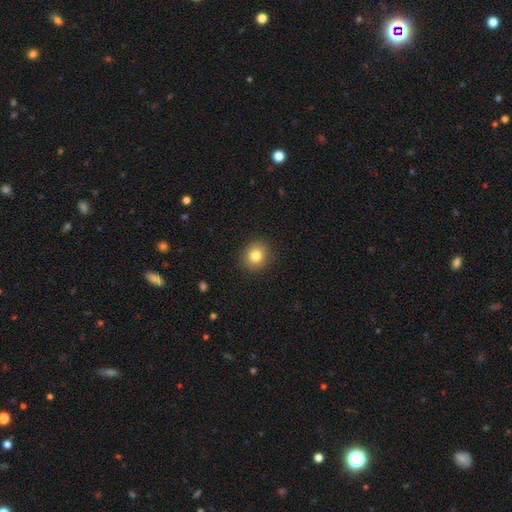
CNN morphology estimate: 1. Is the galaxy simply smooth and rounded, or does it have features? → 82% smooth, 10% star or artifact, 8% featured or disk.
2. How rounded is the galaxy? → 77% round, 23% in between, 1% cigar-shaped.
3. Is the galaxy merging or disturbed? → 90% none, 7% minor disturbance, 2% major disturbance, 1% merger.